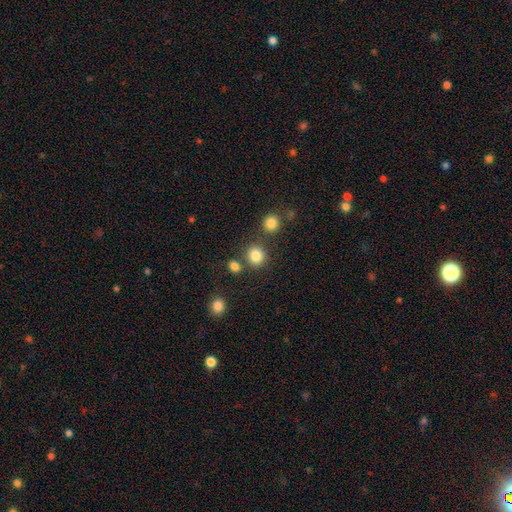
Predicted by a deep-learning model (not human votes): Q: Smooth or featured?
A: smooth (83%); runner-up: star or artifact (12%)
Q: How rounded?
A: round (82%); runner-up: in between (17%)
Q: Merging?
A: none (74%); runner-up: merger (13%)